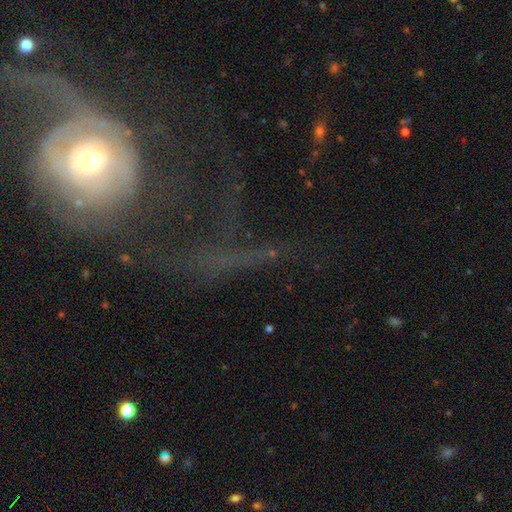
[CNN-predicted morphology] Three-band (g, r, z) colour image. It shows a featured or disk galaxy (57%). Merging: major disturbance (48%).